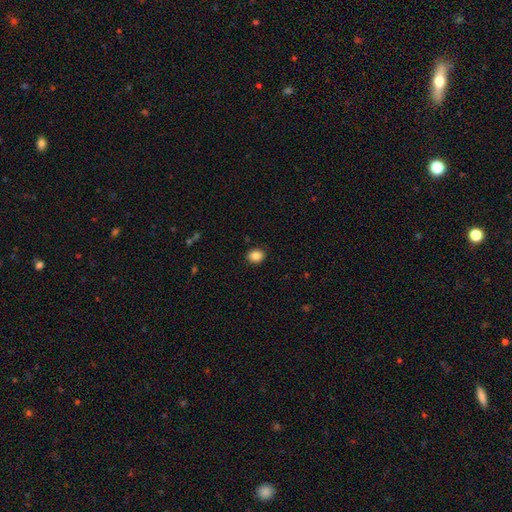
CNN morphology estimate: This is clearly a smooth galaxy (86%). How rounded: possibly round (58%). Merging: clearly none (89%).